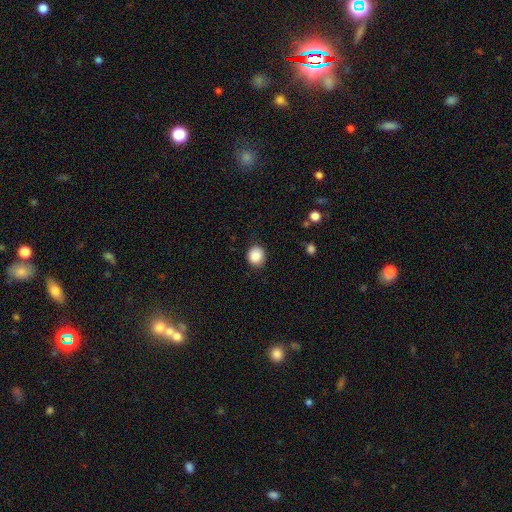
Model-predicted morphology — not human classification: smooth 88%, star or artifact 9%, featured or disk 3%. Down the decision tree: how rounded — round (83%); merging — none (86%).